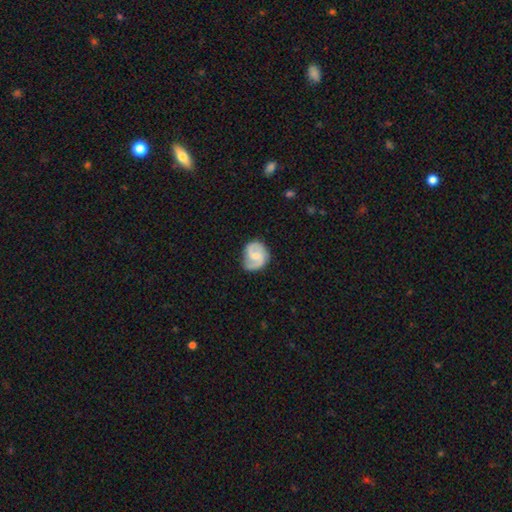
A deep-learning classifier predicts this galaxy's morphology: Q: Smooth or featured?
A: featured or disk (80%); runner-up: smooth (15%)
Q: Edge-on disk?
A: no (98%); runner-up: yes (2%)
Q: Bar?
A: weak (52%); runner-up: no (37%)
Q: Spiral arms?
A: yes (96%); runner-up: no (4%)
Q: Spiral winding?
A: medium (51%); runner-up: tight (29%)
Q: Spiral arm count?
A: 2 (87%); runner-up: 1 (5%)
Q: Bulge size?
A: small (44%); runner-up: moderate (34%)
Q: Merging?
A: none (75%); runner-up: minor disturbance (18%)